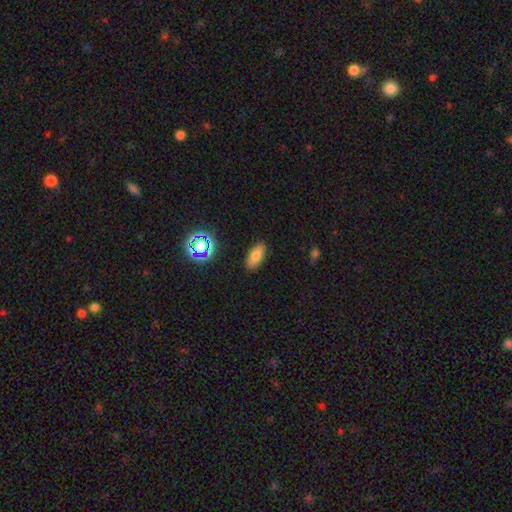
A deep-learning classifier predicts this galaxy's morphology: This is likely a smooth galaxy (76%). How rounded: likely in between (76%). Merging: clearly none (87%).